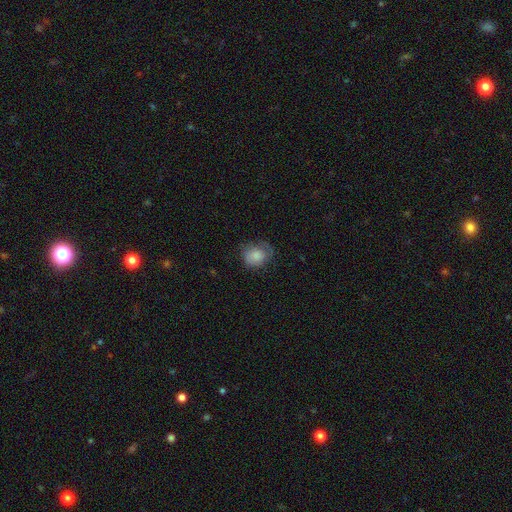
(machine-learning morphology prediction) Smooth or featured: smooth — 79% (featured or disk — 13%)
How rounded: round — 60% (in between — 39%)
Merging: none — 56% (minor disturbance — 29%)